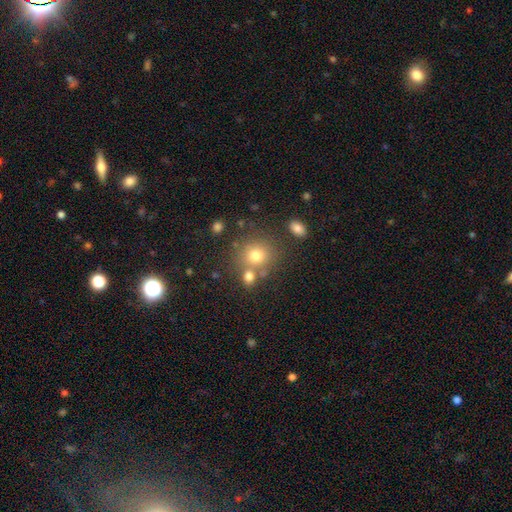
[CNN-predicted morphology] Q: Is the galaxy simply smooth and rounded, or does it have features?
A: smooth — 75%.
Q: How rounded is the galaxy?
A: round — 84%.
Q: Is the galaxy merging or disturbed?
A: none — 66%.